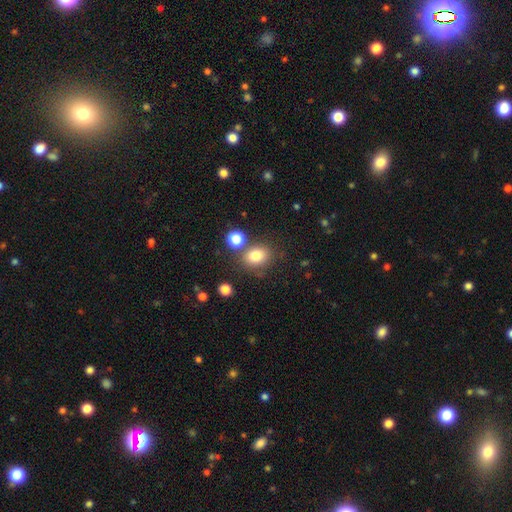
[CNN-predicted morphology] A smooth galaxy with no disk features (80%) that is round (51%).

Vote fractions:
- Smooth or featured? smooth: 80% / star or artifact: 12% / featured or disk: 8%
- How rounded? round: 51% / in between: 48% / cigar-shaped: 1%
- Merging? none: 69% / merger: 14% / minor disturbance: 12% / major disturbance: 4%